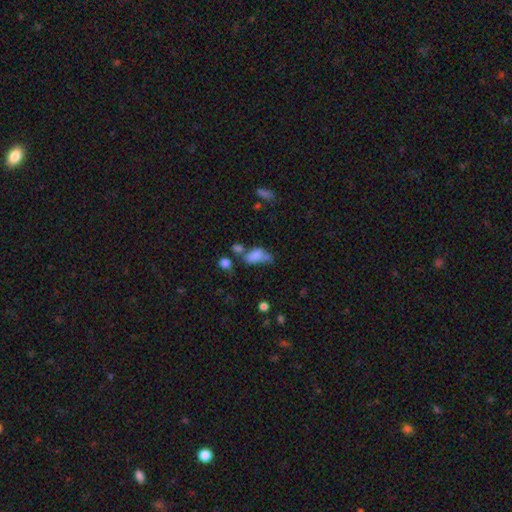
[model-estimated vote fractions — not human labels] Smooth or featured: smooth — 70% (featured or disk — 18%)
How rounded: in between — 85% (cigar-shaped — 8%)
Merging: merger — 28% (none — 24%)